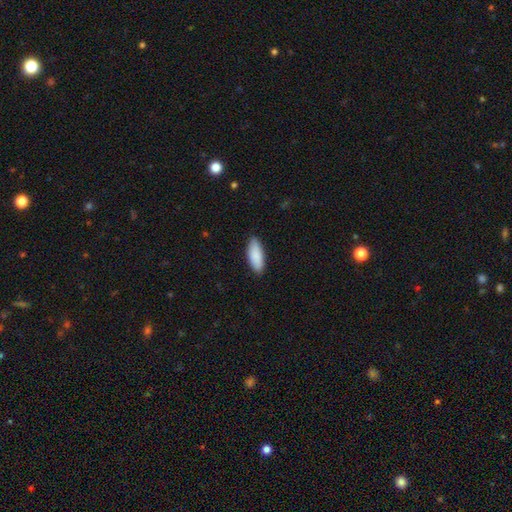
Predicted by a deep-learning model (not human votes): This is clearly a smooth galaxy (89%). How rounded: likely in between (74%). Merging: clearly none (88%).